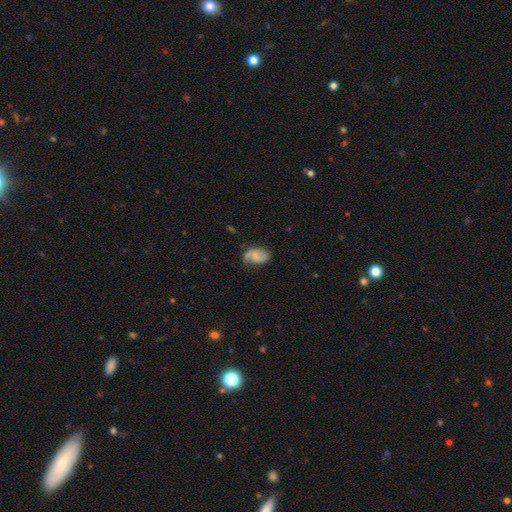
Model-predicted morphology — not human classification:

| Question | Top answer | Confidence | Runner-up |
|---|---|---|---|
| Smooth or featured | featured or disk | 63% | smooth (30%) |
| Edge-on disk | no | 97% | yes (3%) |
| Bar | no | 60% | weak (34%) |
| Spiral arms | yes | 92% | no (8%) |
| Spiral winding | medium | 42% | loose (39%) |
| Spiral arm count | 2 | 79% | 1 (10%) |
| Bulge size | small | 49% | moderate (29%) |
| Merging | none | 64% | minor disturbance (25%) |